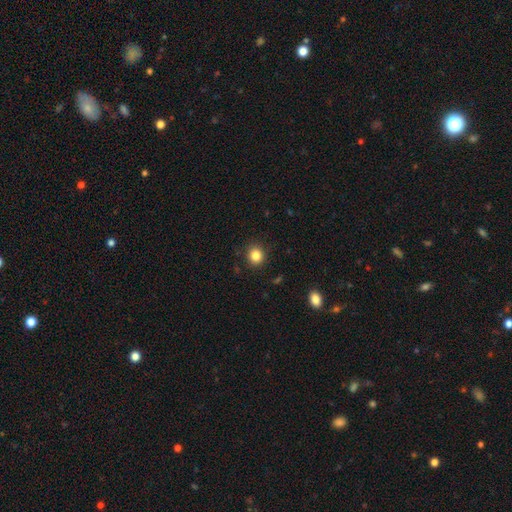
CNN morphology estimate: type=smooth (84%); roundness=round (87%); merging=none (90%).